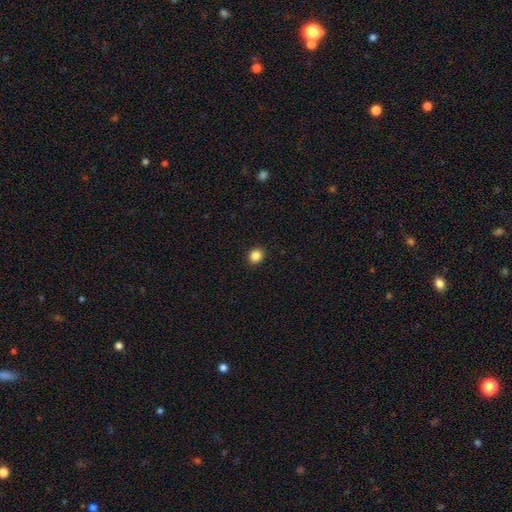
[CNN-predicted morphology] Overall: smooth (85%). How rounded: round (74%). Merging: none (92%).